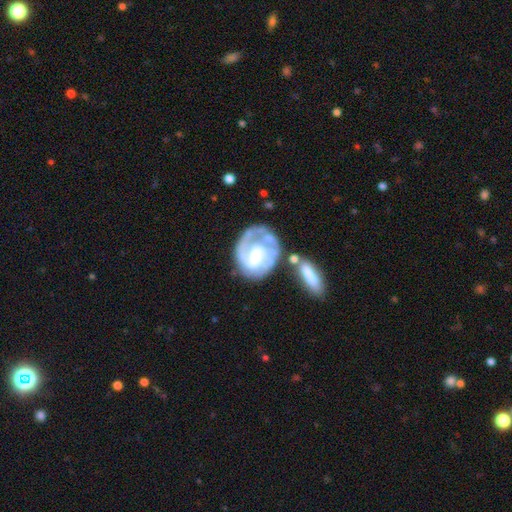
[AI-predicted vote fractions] smooth-or-featured: featured or disk: 81% | smooth: 13% | star or artifact: 5%
  disk-edge-on: no: 98% | yes: 2%
    bar: weak: 42% (tied) | no: 42% (tied) | strong: 17%
    has-spiral-arms: yes: 89% | no: 11%
      spiral-winding: tight: 52% | medium: 35% | loose: 13%
      spiral-arm-count: 2: 44% | 1: 22% | can't tell: 20% | 3: 9% | 4: 2% | more than 4: 2%
    bulge-size: moderate: 42% | small: 35% | none: 13% | large: 9% | dominant: 2%
  merging: none: 47% | minor disturbance: 21% | major disturbance: 17% | merger: 15%